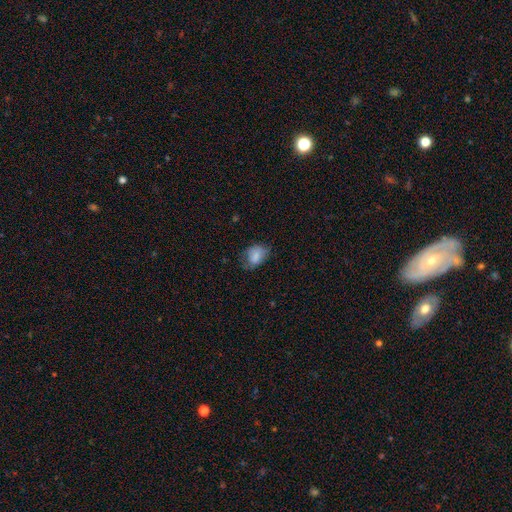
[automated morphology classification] The model was most divided on "merging": none: 53%, minor disturbance: 32%, major disturbance: 13%, merger: 1%. More confident: smooth or featured — smooth (77%); how rounded — in between (72%).